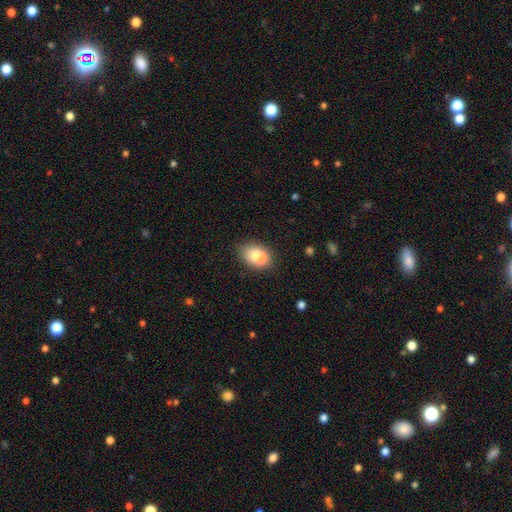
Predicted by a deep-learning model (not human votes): Smooth or featured? smooth (69%)
How rounded? in between (63%)
Merging? merger (44%)